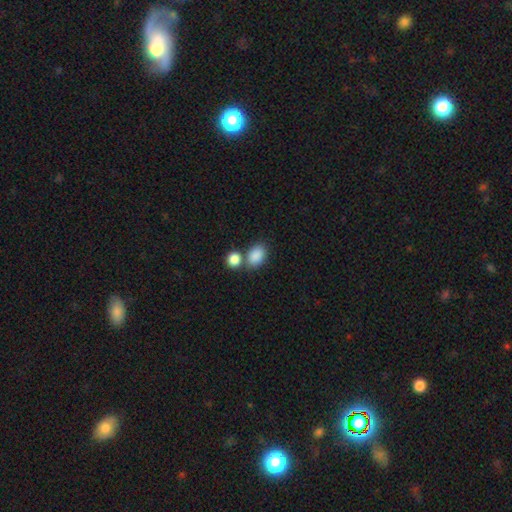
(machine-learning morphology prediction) This is clearly a smooth galaxy (87%). How rounded: likely in between (73%). Merging: possibly none (52%).